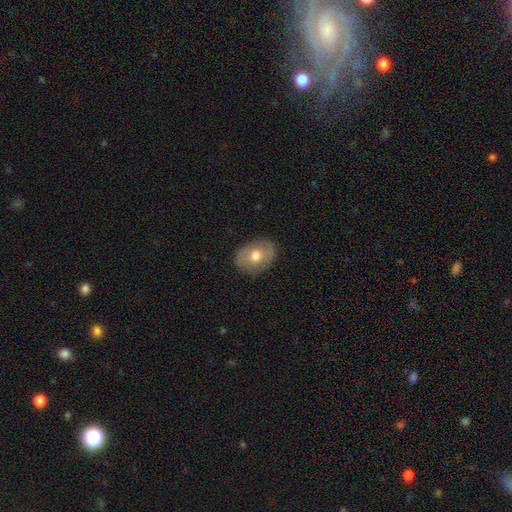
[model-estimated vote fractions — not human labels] Morphology: type=smooth (65%); roundness=in between (66%); merging=none (85%).